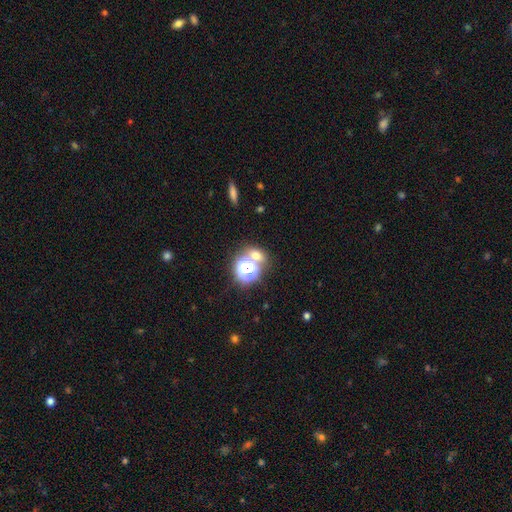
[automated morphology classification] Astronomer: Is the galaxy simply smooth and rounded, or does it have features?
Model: smooth — 57%.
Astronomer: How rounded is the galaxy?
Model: round — 60% (runner-up: in between, 37%).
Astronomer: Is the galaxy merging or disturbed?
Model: none — 63%.